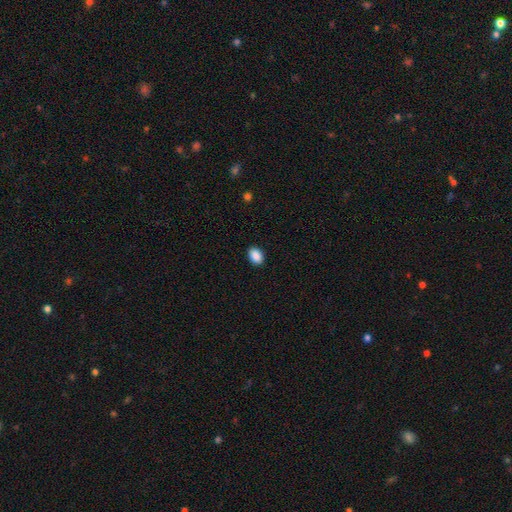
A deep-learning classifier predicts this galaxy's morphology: A smooth galaxy with no disk features (90%) that is in between round and cigar-shaped (85%). Merging: none (90%).